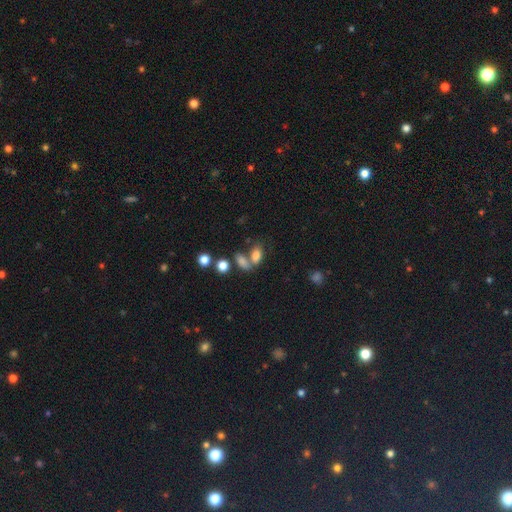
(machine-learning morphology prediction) This appears to be a smooth galaxy with no disk features (78%) that is in between round and cigar-shaped (85%). Merging: none (43%).